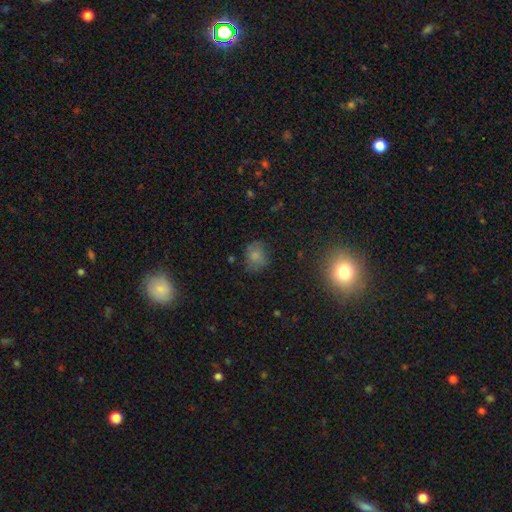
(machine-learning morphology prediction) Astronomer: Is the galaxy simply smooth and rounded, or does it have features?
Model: smooth — 74%.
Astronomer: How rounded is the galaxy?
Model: round — 52% (runner-up: in between, 47%).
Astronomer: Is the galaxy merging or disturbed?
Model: none — 65%.